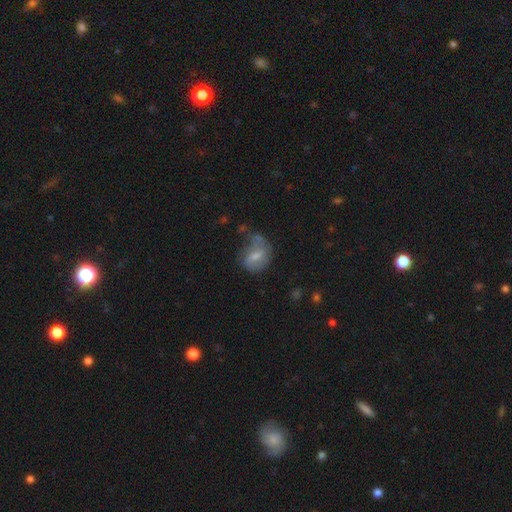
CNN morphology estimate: Q: Smooth or featured?
A: smooth (52%); runner-up: featured or disk (39%)
Q: How rounded?
A: in between (60%); runner-up: round (37%)
Q: Merging?
A: none (38%); runner-up: minor disturbance (31%)